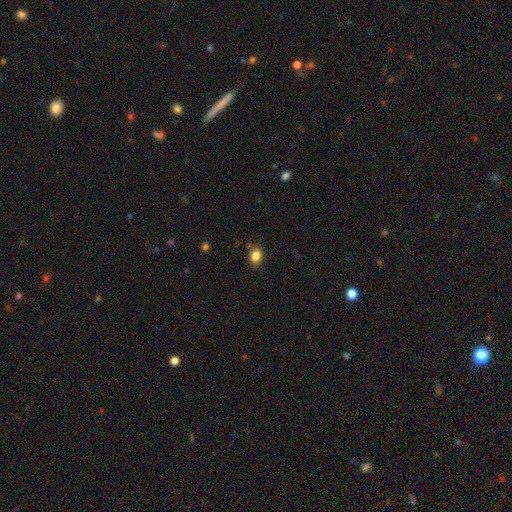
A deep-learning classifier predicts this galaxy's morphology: Smooth or featured? Predicted: smooth (p=0.84). How rounded? Predicted: in between (p=0.63). Merging? Predicted: none (p=0.77).